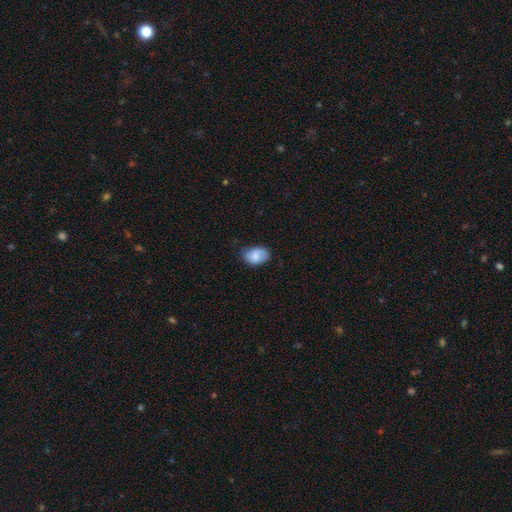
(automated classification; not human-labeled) The model was most divided on "merging": none: 66%, minor disturbance: 27%, major disturbance: 5%, merger: 1%. More confident: how rounded — in between (81%); smooth or featured — smooth (77%).